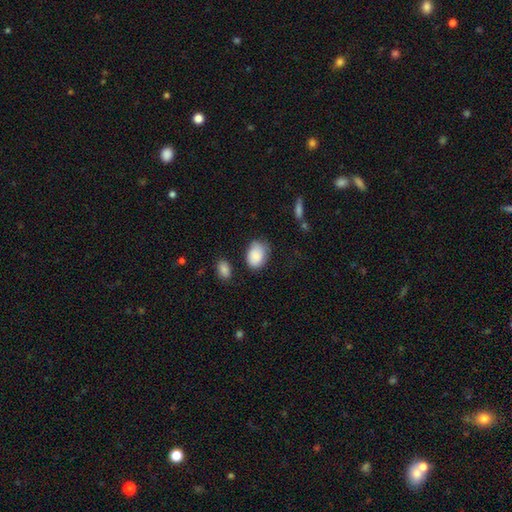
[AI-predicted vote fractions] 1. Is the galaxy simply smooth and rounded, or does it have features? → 86% smooth, 7% featured or disk, 7% star or artifact.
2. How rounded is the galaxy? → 80% in between, 19% round, 1% cigar-shaped.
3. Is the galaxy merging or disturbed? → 61% none, 28% minor disturbance, 7% major disturbance, 4% merger.